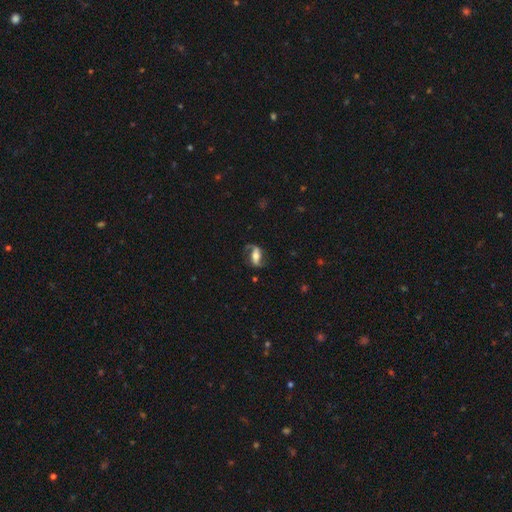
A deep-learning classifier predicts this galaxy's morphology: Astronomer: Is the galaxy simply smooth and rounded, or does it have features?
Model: featured or disk — 78%.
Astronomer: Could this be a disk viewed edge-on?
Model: no — 94%.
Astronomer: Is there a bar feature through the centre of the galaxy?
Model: strong — 41% (runner-up: weak, 32%).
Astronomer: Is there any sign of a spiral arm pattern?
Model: yes — 93%.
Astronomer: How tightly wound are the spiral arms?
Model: loose — 58%.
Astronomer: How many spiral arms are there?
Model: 2 — 88%.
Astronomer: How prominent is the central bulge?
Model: moderate — 43% (runner-up: large, 29%).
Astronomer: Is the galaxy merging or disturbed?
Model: none — 72%.